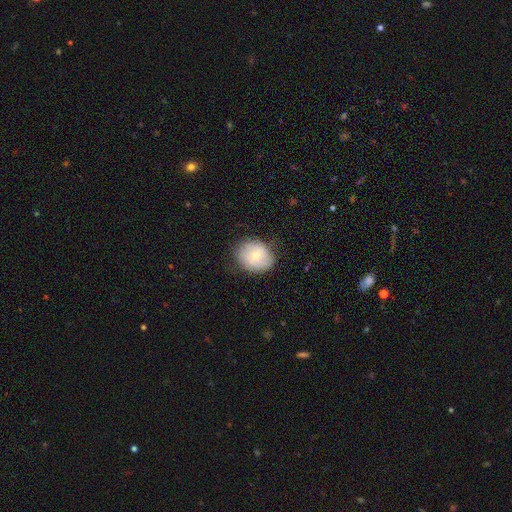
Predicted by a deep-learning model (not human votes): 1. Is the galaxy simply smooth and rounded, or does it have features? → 64% smooth, 28% featured or disk, 8% star or artifact.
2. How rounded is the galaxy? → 56% round, 43% in between, 1% cigar-shaped.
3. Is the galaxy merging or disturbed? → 75% none, 19% minor disturbance, 5% major disturbance, 1% merger.